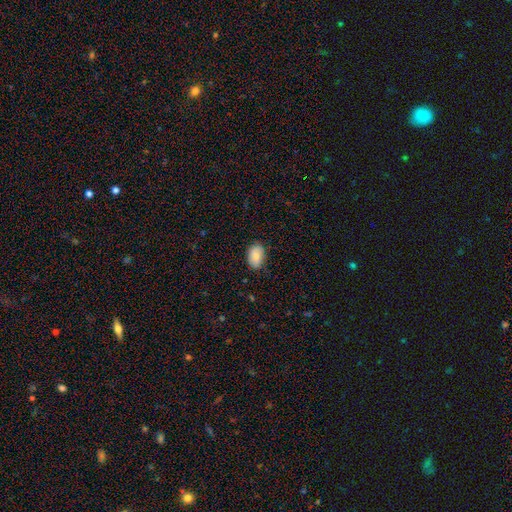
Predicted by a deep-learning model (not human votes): Q: Smooth or featured?
A: smooth (84%); runner-up: featured or disk (9%)
Q: How rounded?
A: in between (89%); runner-up: round (10%)
Q: Merging?
A: none (78%); runner-up: minor disturbance (18%)